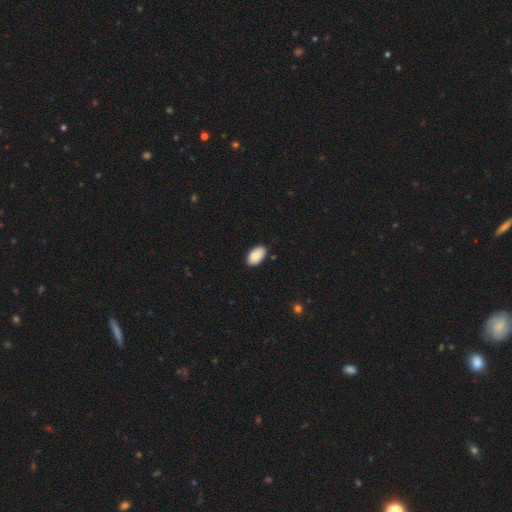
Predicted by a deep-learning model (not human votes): Q: Smooth or featured?
A: smooth (89%); runner-up: star or artifact (6%)
Q: How rounded?
A: in between (95%); runner-up: round (4%)
Q: Merging?
A: none (86%); runner-up: minor disturbance (11%)